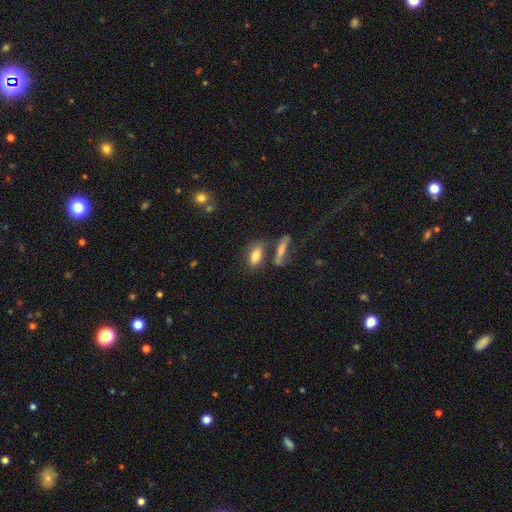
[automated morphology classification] Overall: smooth (78%). How rounded: in between (78%). Merging: none (60%).